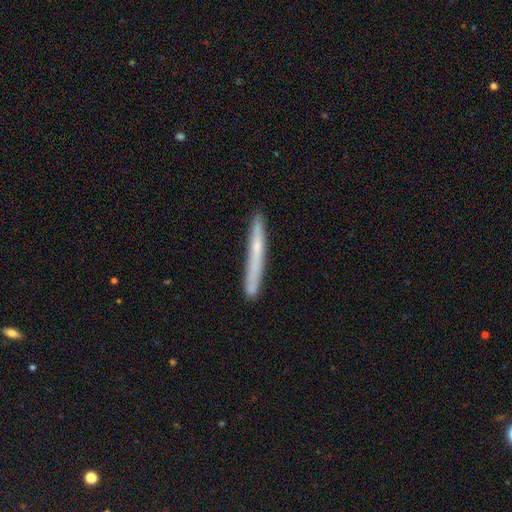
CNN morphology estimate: Overall: smooth (49%; featured or disk 44%). Merging: none (85%).